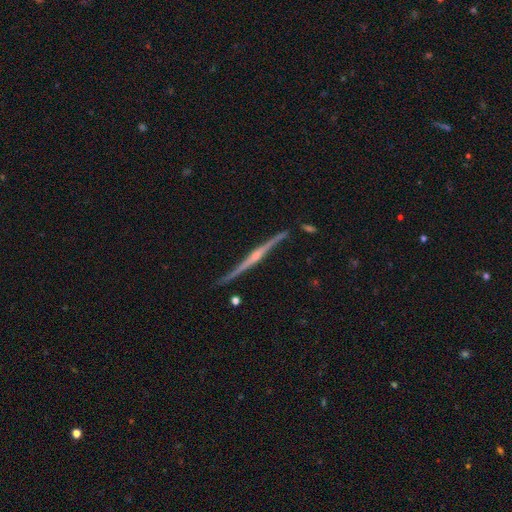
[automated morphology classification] Smooth or featured? featured or disk (88%)
Edge-on disk? yes (98%)
Edge-on bulge? rounded (83%)
Merging? none (89%)